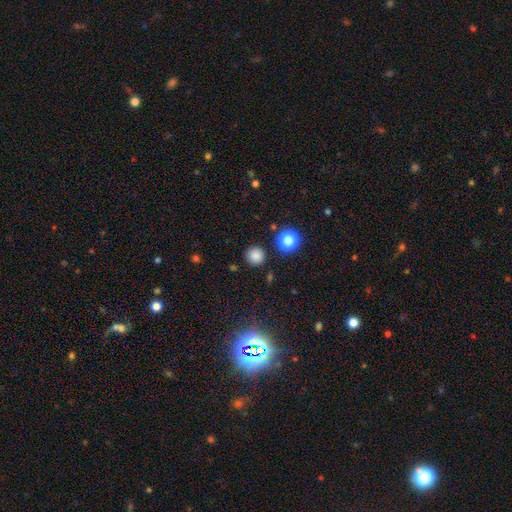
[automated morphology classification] smooth-or-featured: smooth: 81% | star or artifact: 15% | featured or disk: 4%
  how-rounded: round: 95% | in between: 4% | cigar-shaped: 1%
  merging: none: 89% | minor disturbance: 6% | merger: 2% | major disturbance: 2%